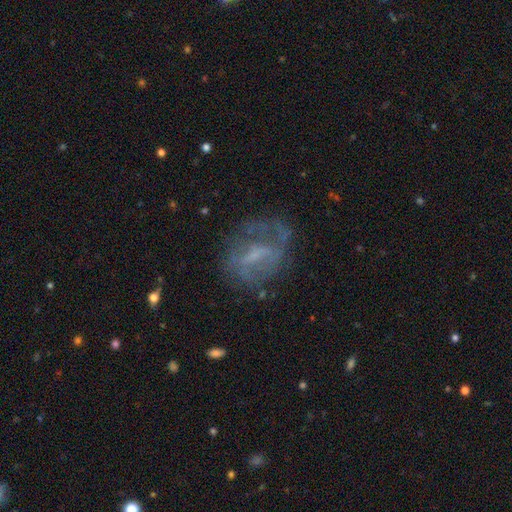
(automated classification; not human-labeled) featured or disk 66%, smooth 23%, star or artifact 11%. Down the decision tree: edge-on disk — no (94%); bar — weak (47%); spiral arms — yes (63%); bulge size — small (38%); merging — none (56%).